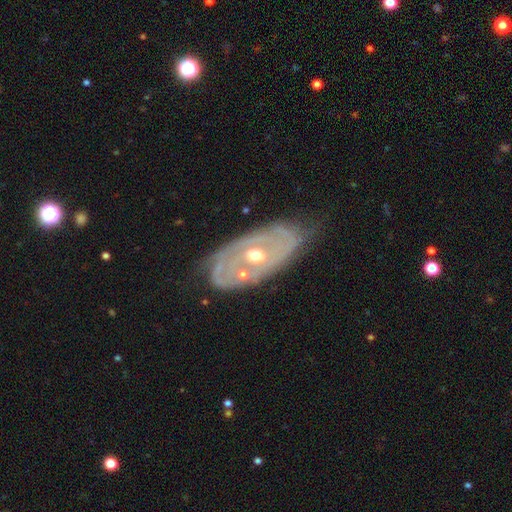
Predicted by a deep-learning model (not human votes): Smooth or featured? Predicted: featured or disk (p=0.83). Edge-on disk? Predicted: no (p=0.92). Bar? Predicted: no (p=0.79). Spiral arms? Predicted: yes (p=0.74). Spiral winding? Predicted: tight (p=0.71). Spiral arm count? Predicted: can't tell (p=0.41). Bulge size? Predicted: moderate (p=0.69). Merging? Predicted: none (p=0.61).